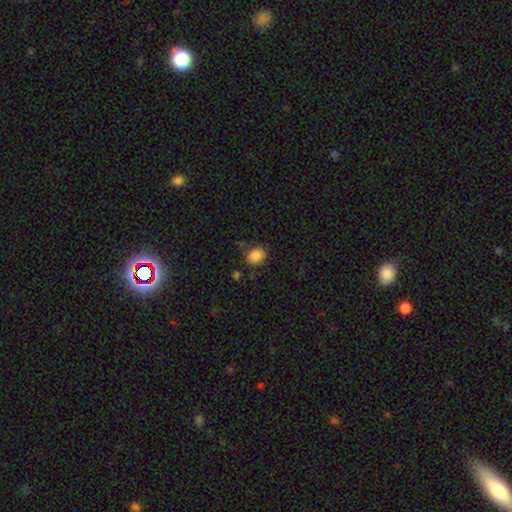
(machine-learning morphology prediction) The model was most divided on "how rounded": round: 62%, in between: 38%, cigar-shaped: 1%. More confident: smooth or featured — smooth (87%); merging — none (76%).